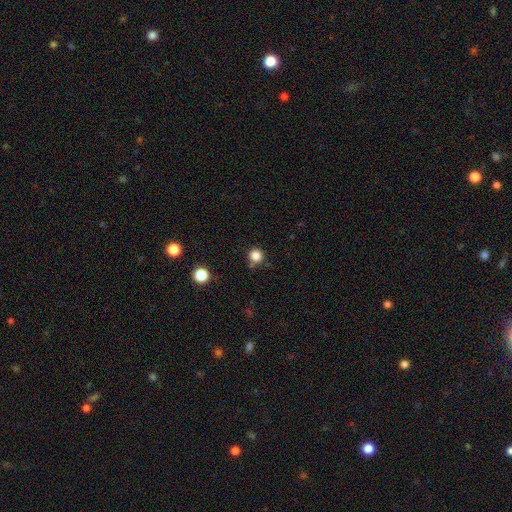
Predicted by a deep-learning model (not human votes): smooth-or-featured: smooth: 83% | star or artifact: 13% | featured or disk: 4%
  how-rounded: round: 94% | in between: 6% | cigar-shaped: 1%
  merging: none: 79% | minor disturbance: 12% | merger: 6% | major disturbance: 3%